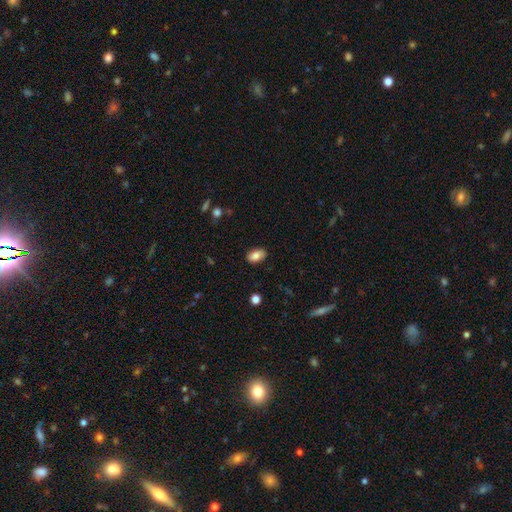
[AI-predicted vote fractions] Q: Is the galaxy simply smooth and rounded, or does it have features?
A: smooth — 84%.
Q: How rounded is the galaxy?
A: in between — 90%.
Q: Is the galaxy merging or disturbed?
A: none — 86%.